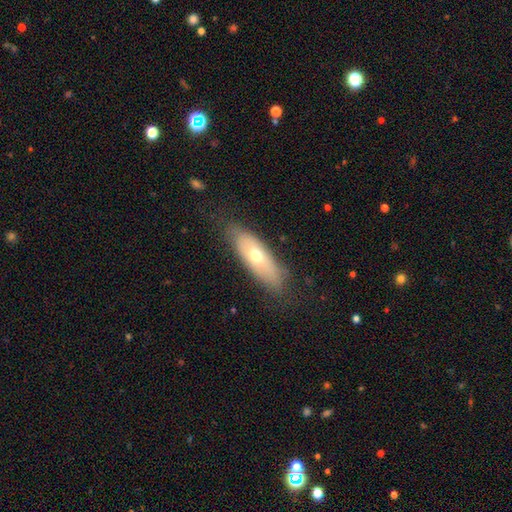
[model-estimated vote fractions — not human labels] smooth-or-featured: smooth: 58% | featured or disk: 36% | star or artifact: 7%
  how-rounded: in between: 65% | cigar-shaped: 32% | round: 3%
  merging: none: 77% | minor disturbance: 17% | major disturbance: 5% | merger: 1%